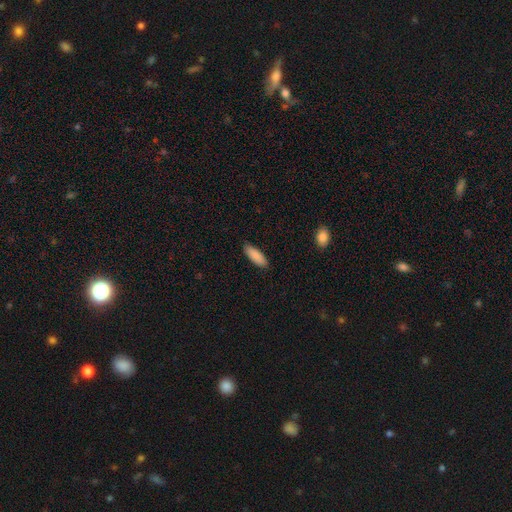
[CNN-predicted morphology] Overall: smooth (89%). How rounded: in between (63%; cigar-shaped 35%). Merging: none (89%).